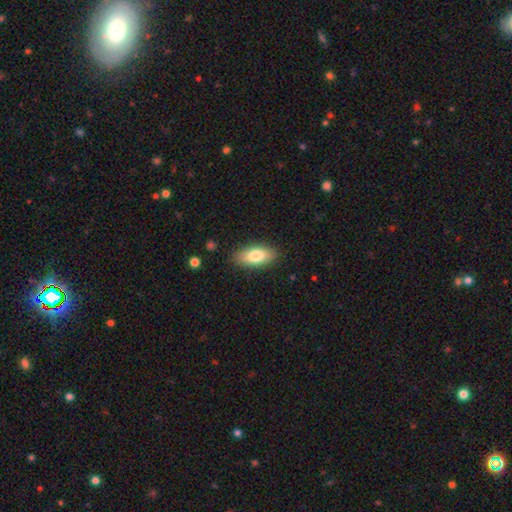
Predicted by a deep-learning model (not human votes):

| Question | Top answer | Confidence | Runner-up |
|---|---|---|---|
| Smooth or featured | smooth | 79% | featured or disk (15%) |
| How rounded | in between | 84% | cigar-shaped (13%) |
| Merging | none | 86% | minor disturbance (10%) |